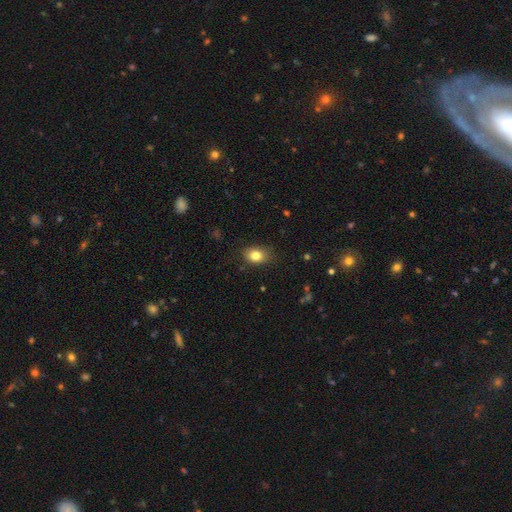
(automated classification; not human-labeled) Overall: smooth (82%). How rounded: in between (70%). Merging: none (82%).